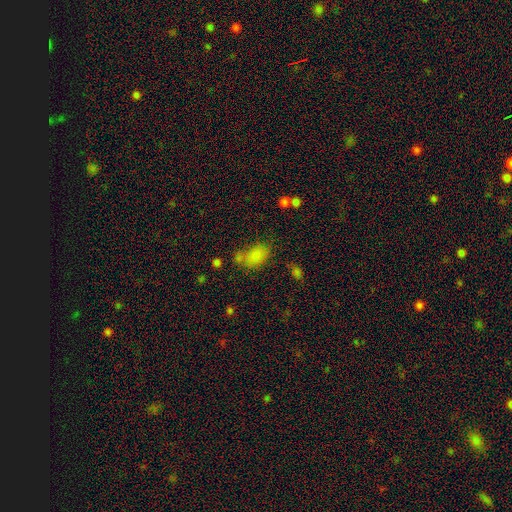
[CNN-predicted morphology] smooth-or-featured: smooth: 79% | star or artifact: 13% | featured or disk: 8%
  how-rounded: in between: 84% | round: 15% | cigar-shaped: 2%
  merging: none: 50% | minor disturbance: 20% | merger: 20% | major disturbance: 10%